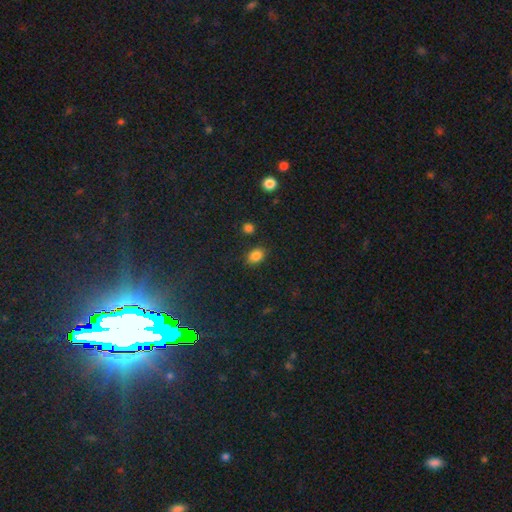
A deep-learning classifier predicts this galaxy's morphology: Smooth or featured: smooth — 84% (star or artifact — 11%)
How rounded: in between — 73% (round — 26%)
Merging: none — 82% (minor disturbance — 12%)